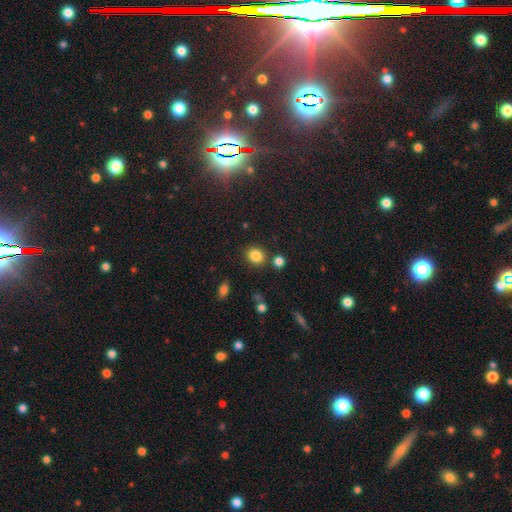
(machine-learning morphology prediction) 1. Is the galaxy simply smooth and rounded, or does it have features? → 84% smooth, 11% star or artifact, 5% featured or disk.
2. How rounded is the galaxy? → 70% round, 29% in between, 1% cigar-shaped.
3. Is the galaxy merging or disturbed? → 80% none, 9% minor disturbance, 8% merger, 3% major disturbance.